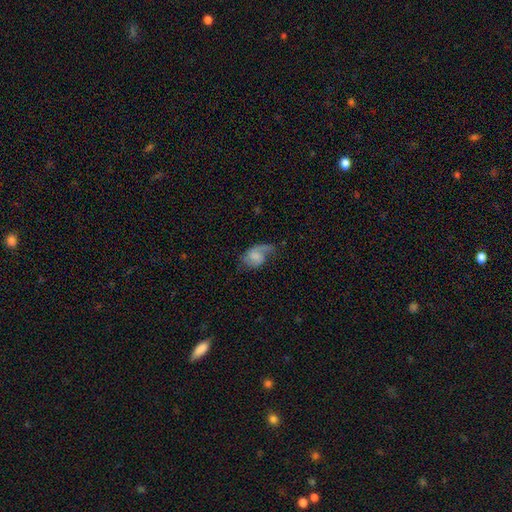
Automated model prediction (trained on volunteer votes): smooth_or_featured: featured or disk (p=0.54) [alt: smooth p=0.38]
disk_edge_on: no (p=0.97) [alt: yes p=0.03]
bar: no (p=0.53) [alt: weak p=0.39]
has_spiral_arms: yes (p=0.86) [alt: no p=0.14]
bulge_size: none (p=0.35) [alt: small p=0.31]
merging: none (p=0.38) [alt: major disturbance p=0.31]